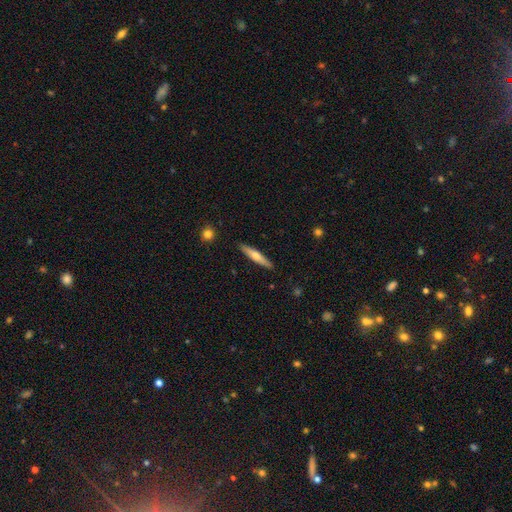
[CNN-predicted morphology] smooth-or-featured: smooth: 56% | featured or disk: 39% | star or artifact: 6%
  how-rounded: cigar-shaped: 90% | in between: 9% | round: 1%
  merging: none: 90% | minor disturbance: 7% | major disturbance: 1% | merger: 1%